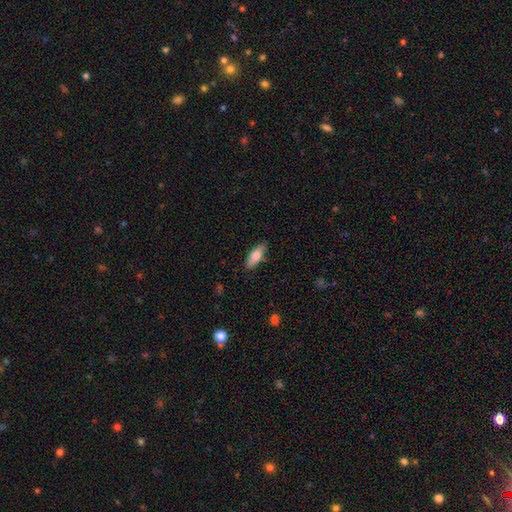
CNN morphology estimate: A smooth galaxy with no disk features (74%) that is in between round and cigar-shaped (69%).

Vote fractions:
- Smooth or featured? smooth: 74% / featured or disk: 19% / star or artifact: 6%
- How rounded? in between: 69% / cigar-shaped: 29% / round: 2%
- Merging? none: 84% / minor disturbance: 13% / major disturbance: 2% / merger: 1%